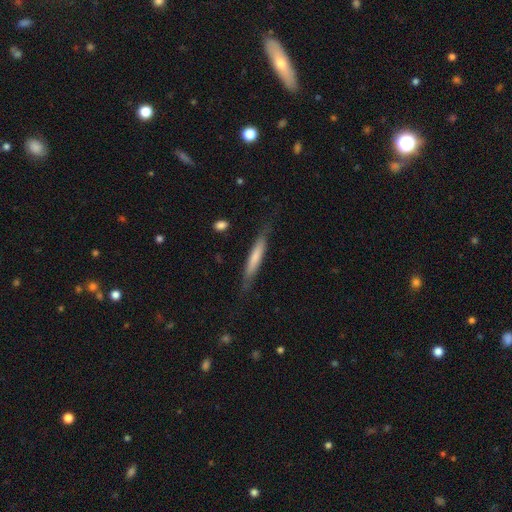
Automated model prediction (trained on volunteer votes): smooth-or-featured: smooth: 60% | featured or disk: 35% | star or artifact: 6%
  how-rounded: cigar-shaped: 94% | in between: 5% | round: 1%
  merging: none: 78% | minor disturbance: 17% | major disturbance: 4% | merger: 2%